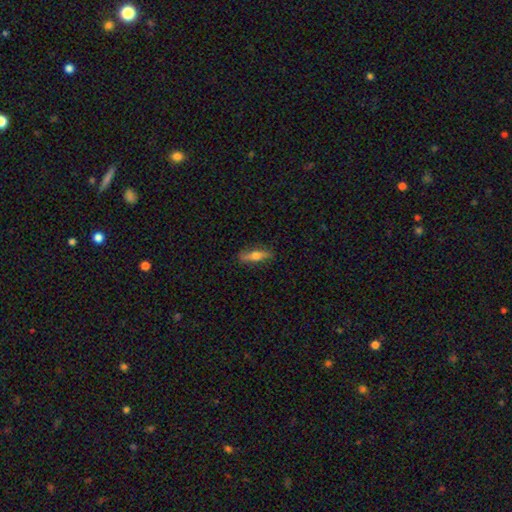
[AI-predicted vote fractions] A featured or disk galaxy (47%, tied with smooth). Merging: none (84%).